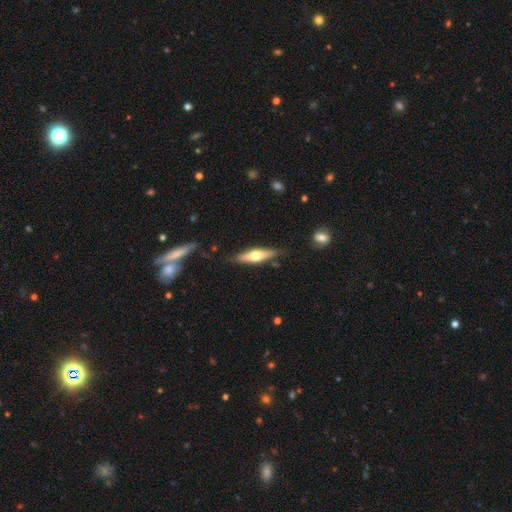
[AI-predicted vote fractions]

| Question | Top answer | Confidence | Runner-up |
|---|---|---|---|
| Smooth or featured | featured or disk | 51% | smooth (43%) |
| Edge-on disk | yes | 91% | no (9%) |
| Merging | none | 80% | minor disturbance (14%) |